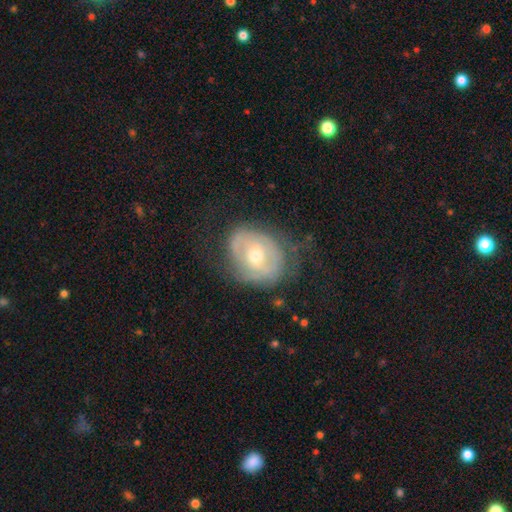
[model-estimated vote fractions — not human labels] Smooth or featured? featured or disk (64%)
Edge-on disk? no (95%)
Bar? no (69%)
Spiral arms? yes (58%)
Bulge size? moderate (59%)
Merging? none (60%)